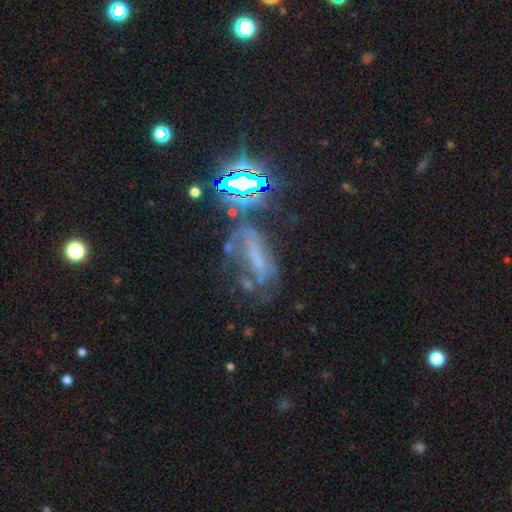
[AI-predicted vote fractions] Morphology: type=featured or disk (47%); merging=none (39%).